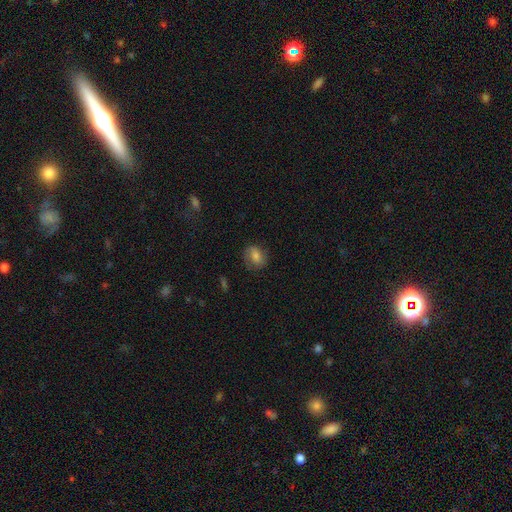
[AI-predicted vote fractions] Overall: smooth (67%). How rounded: in between (56%; round 43%). Merging: none (73%).